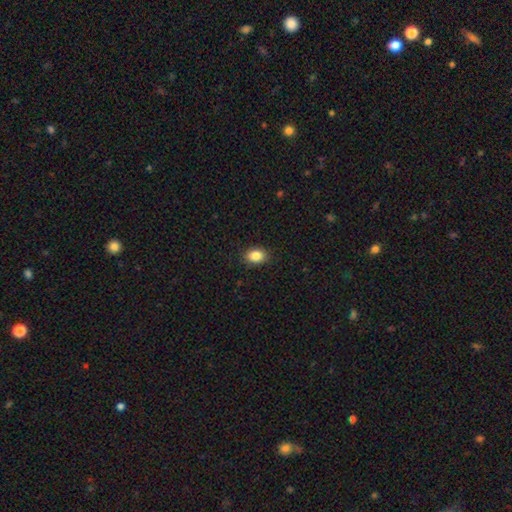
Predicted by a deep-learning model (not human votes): Smooth or featured? smooth (86%)
How rounded? in between (72%)
Merging? none (89%)